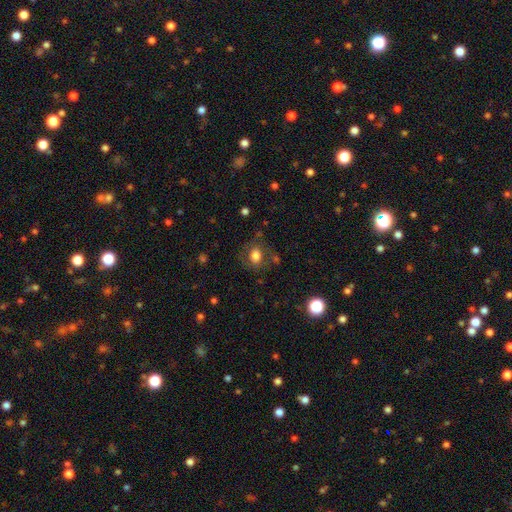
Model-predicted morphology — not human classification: This appears to be a smooth galaxy with no disk features (72%) that is in between round and cigar-shaped (54%). Merging: none (69%).